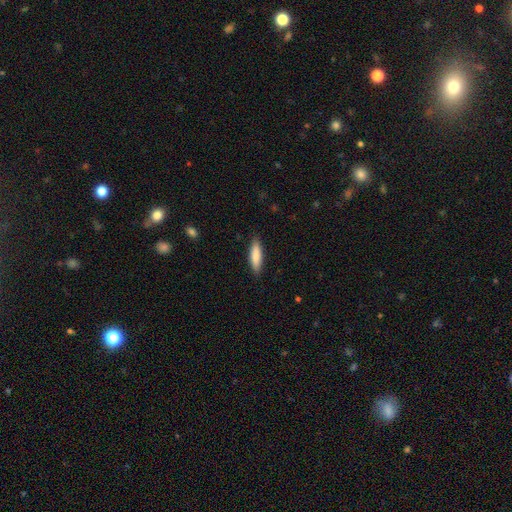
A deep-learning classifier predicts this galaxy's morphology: This is clearly a smooth galaxy (84%). How rounded: likely cigar-shaped (66%). Merging: clearly none (89%).